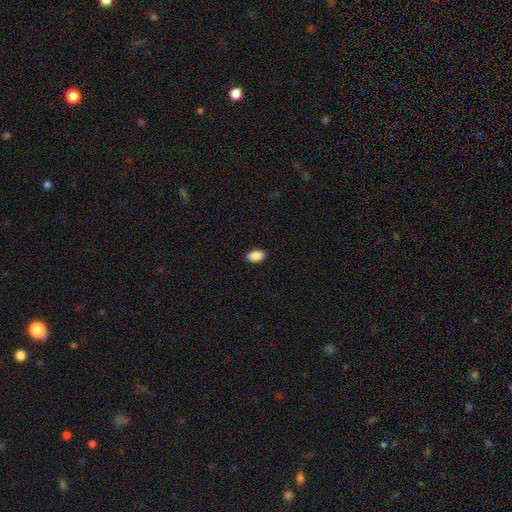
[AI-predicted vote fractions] A smooth galaxy with no disk features (89%) that is in between round and cigar-shaped (93%).

Vote fractions:
- Smooth or featured? smooth: 89% / star or artifact: 7% / featured or disk: 4%
- How rounded? in between: 93% / round: 5% / cigar-shaped: 2%
- Merging? none: 90% / minor disturbance: 8% / major disturbance: 2% / merger: 1%